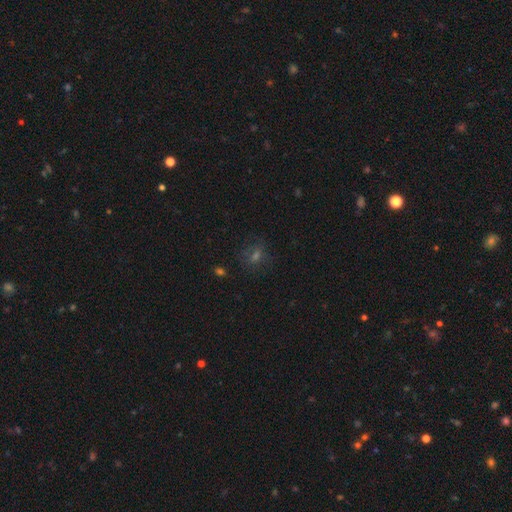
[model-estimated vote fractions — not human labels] Smooth or featured: smooth — 47% (star or artifact — 36%)
Merging: none — 77% (minor disturbance — 14%)